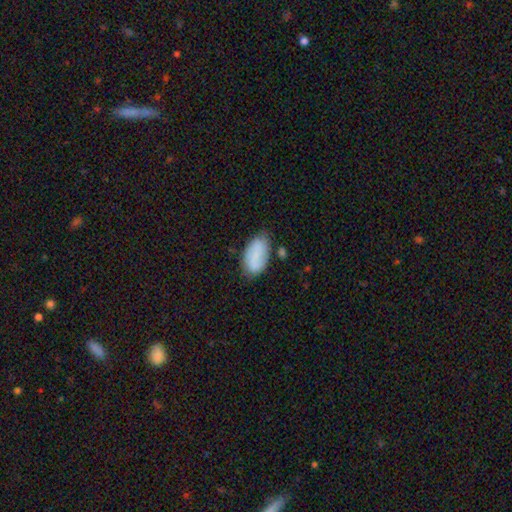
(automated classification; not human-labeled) The model was most divided on "merging": none: 64%, minor disturbance: 25%, major disturbance: 6%, merger: 5%. More confident: how rounded — in between (94%); smooth or featured — smooth (78%).